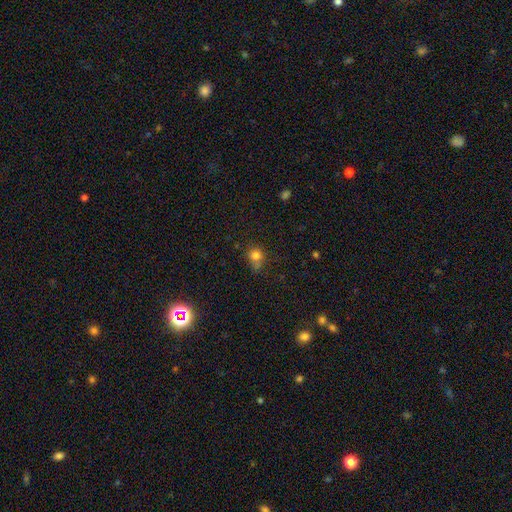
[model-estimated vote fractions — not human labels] Smooth or featured? Predicted: smooth (p=0.78). How rounded? Predicted: round (p=0.81). Merging? Predicted: none (p=0.56).